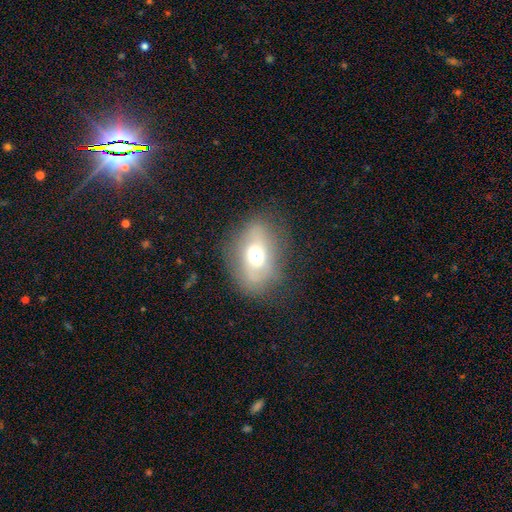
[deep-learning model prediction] smooth_or_featured: smooth (p=0.48) [alt: featured or disk p=0.41]
merging: none (p=0.71) [alt: minor disturbance p=0.18]